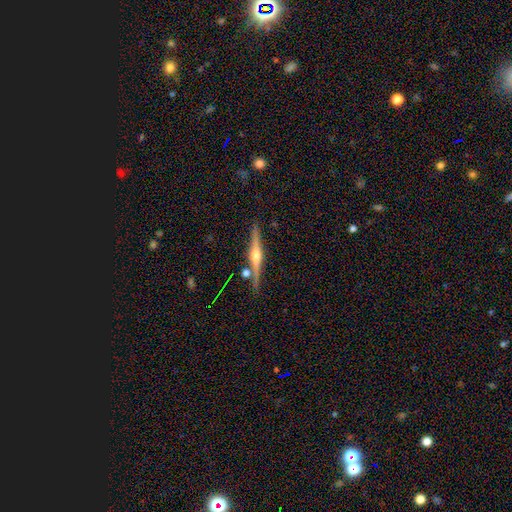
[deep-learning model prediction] This is clearly a featured or disk galaxy (80%). It is clearly viewed edge-on (98%). Edge-on bulge: clearly rounded (91%). Merging: clearly none (84%).